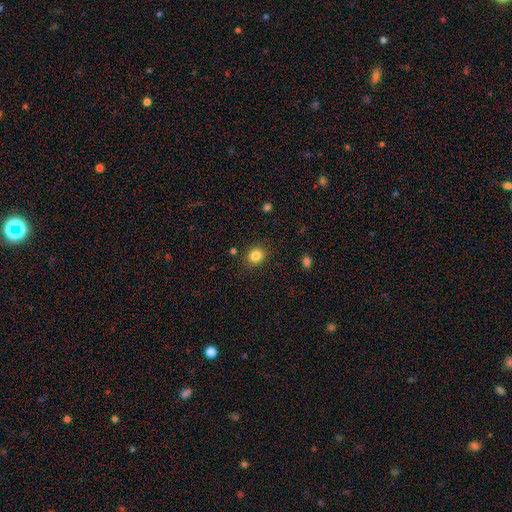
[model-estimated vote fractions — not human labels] This appears to be a smooth galaxy with no disk features (84%) that is round (70%). Merging: none (86%).